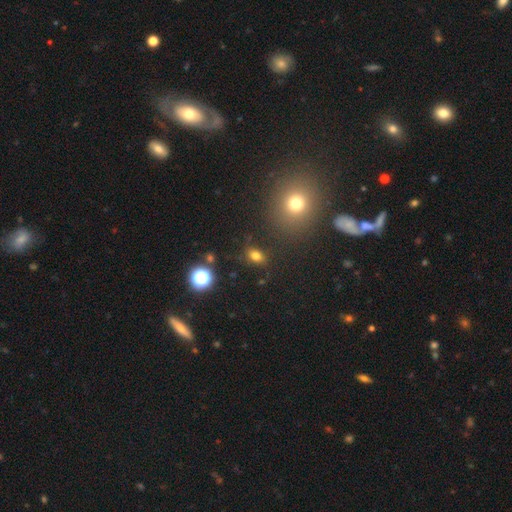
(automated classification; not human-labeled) Smooth or featured? smooth (76%)
How rounded? in between (75%)
Merging? none (80%)